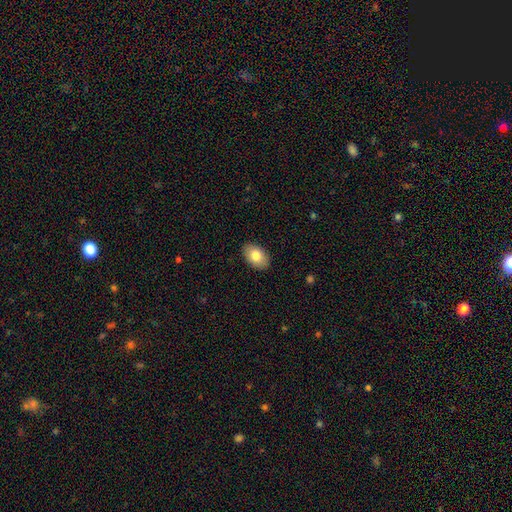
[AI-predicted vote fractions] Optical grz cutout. It shows a smooth galaxy with no disk features (81%) that is in between round and cigar-shaped (90%). Merging: none (89%).